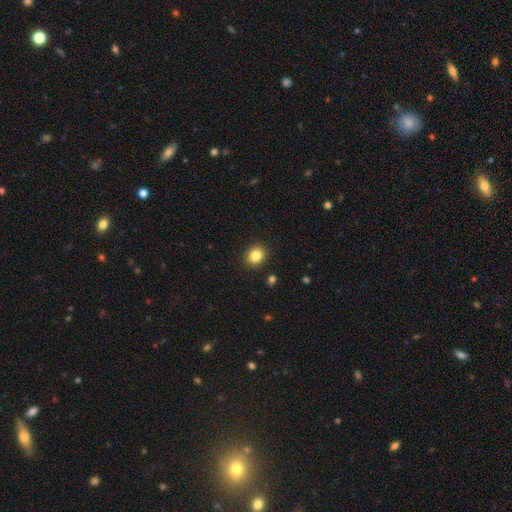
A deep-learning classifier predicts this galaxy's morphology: This appears to be a smooth galaxy with no disk features (84%) that is round (68%). Merging: none (90%).